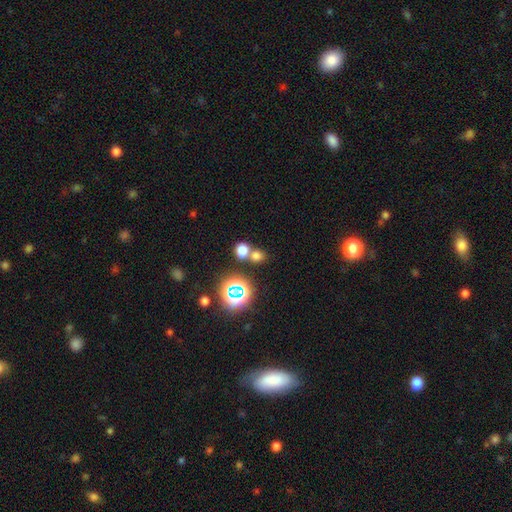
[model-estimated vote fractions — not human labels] smooth 66%, star or artifact 27%, featured or disk 7%. Down the decision tree: how rounded — round (68%); merging — none (53%).